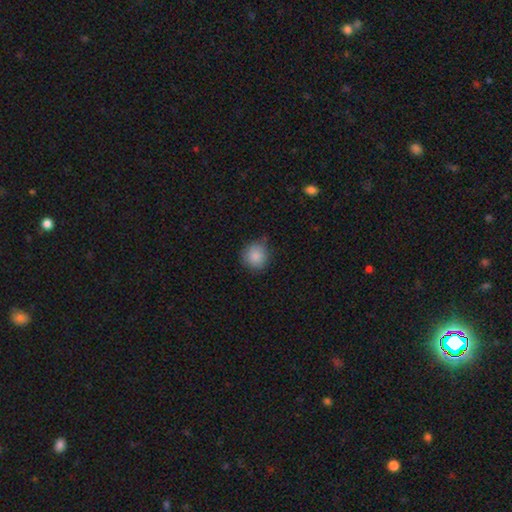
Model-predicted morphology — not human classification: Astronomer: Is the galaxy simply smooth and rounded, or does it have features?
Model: smooth — 87%.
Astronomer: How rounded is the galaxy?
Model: round — 91%.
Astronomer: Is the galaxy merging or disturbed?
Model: none — 78%.